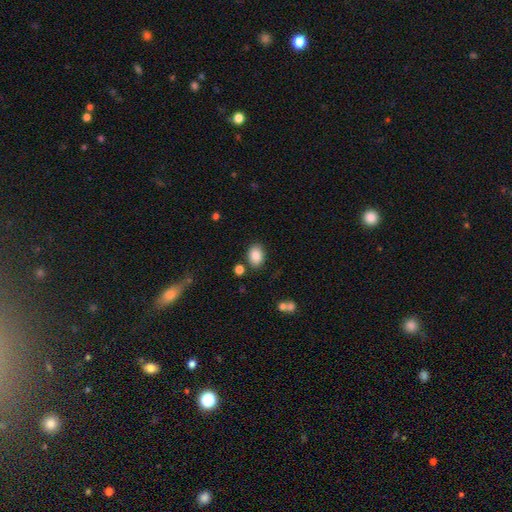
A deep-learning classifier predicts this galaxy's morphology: smooth_or_featured: smooth (p=0.87) [alt: star or artifact p=0.08]
how_rounded: in between (p=0.73) [alt: round p=0.26]
merging: none (p=0.81) [alt: minor disturbance p=0.11]